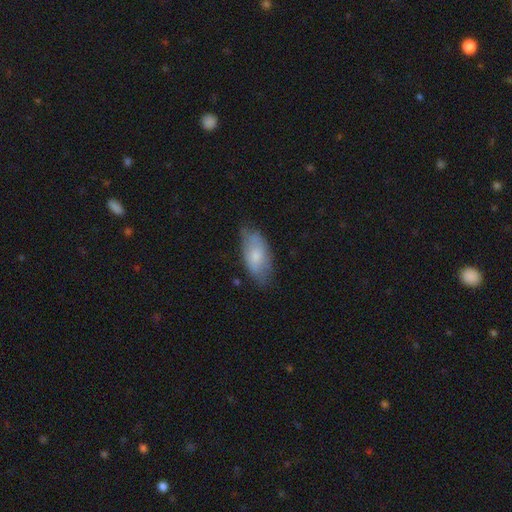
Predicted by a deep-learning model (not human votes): Smooth or featured? Predicted: smooth (p=0.69). How rounded? Predicted: in between (p=0.90). Merging? Predicted: none (p=0.63).